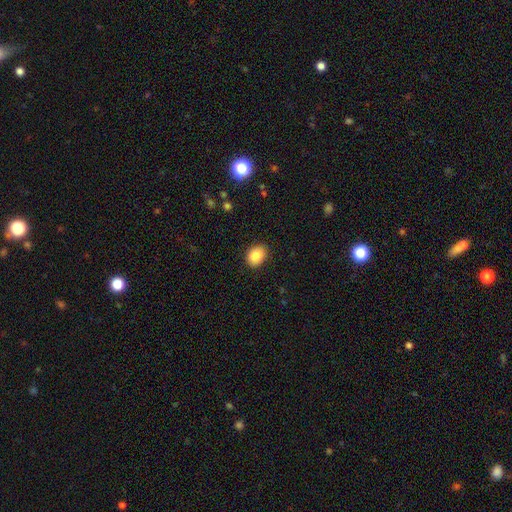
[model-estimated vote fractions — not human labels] Smooth or featured? smooth (88%)
How rounded? in between (64%)
Merging? none (87%)